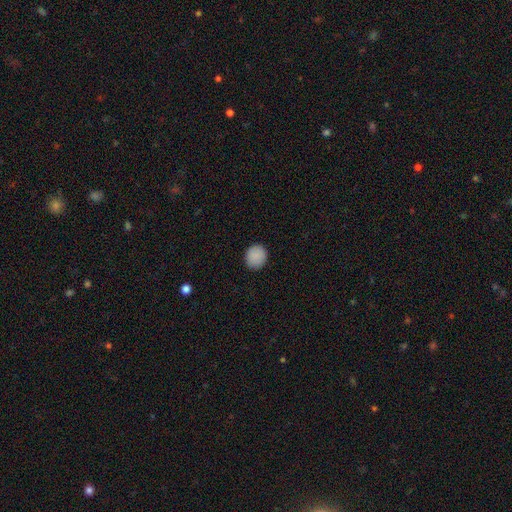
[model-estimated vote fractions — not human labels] Smooth or featured?
  - smooth: 89% *
  - star or artifact: 8%
  - featured or disk: 3%
How rounded?
  - round: 83% *
  - in between: 16%
  - cigar-shaped: 1%
Merging?
  - none: 90% *
  - minor disturbance: 7%
  - major disturbance: 2%
  - merger: 1%